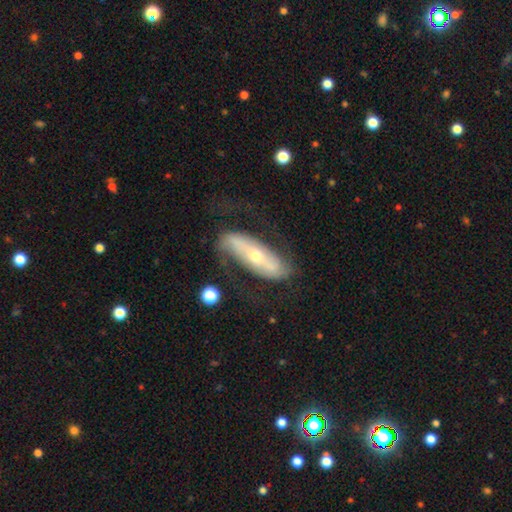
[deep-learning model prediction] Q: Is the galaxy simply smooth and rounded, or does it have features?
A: featured or disk — 76%.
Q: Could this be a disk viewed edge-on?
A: no — 83%.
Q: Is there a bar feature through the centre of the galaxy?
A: strong — 47%.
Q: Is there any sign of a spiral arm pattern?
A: yes — 85%.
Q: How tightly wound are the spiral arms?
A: loose — 48%.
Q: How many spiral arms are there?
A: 2 — 84%.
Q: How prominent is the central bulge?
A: small — 51%.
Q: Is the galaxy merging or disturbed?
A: none — 62%.